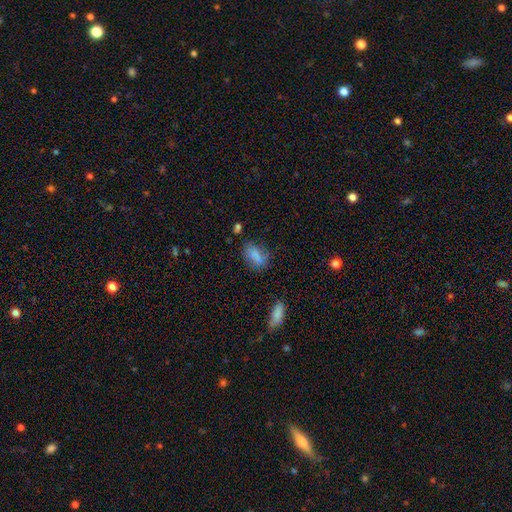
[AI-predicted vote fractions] A smooth galaxy with no disk features (78%) that is in between round and cigar-shaped (87%). Merging: none (64%).